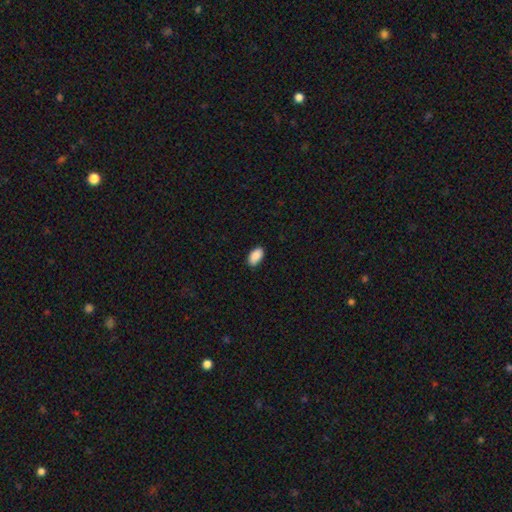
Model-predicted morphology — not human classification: smooth 90%, star or artifact 7%, featured or disk 3%. Down the decision tree: how rounded — in between (94%); merging — none (85%).